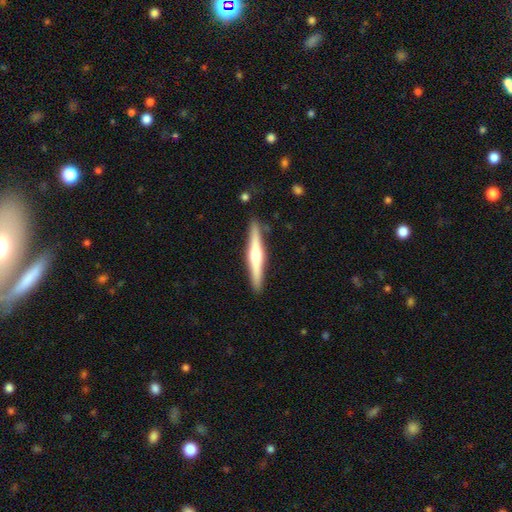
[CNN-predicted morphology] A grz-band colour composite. It shows a featured or disk galaxy (65%) viewed edge-on (98%) with a rounded central bulge (85%). Merging: none (89%).